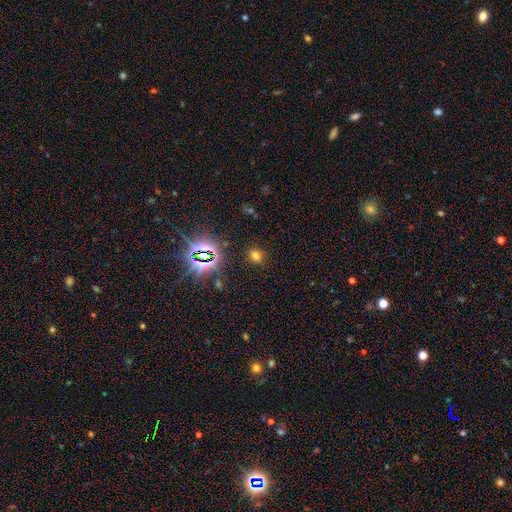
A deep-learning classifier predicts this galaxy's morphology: smooth 62%, star or artifact 31%, featured or disk 7%. Down the decision tree: how rounded — in between (50%); merging — none (85%).